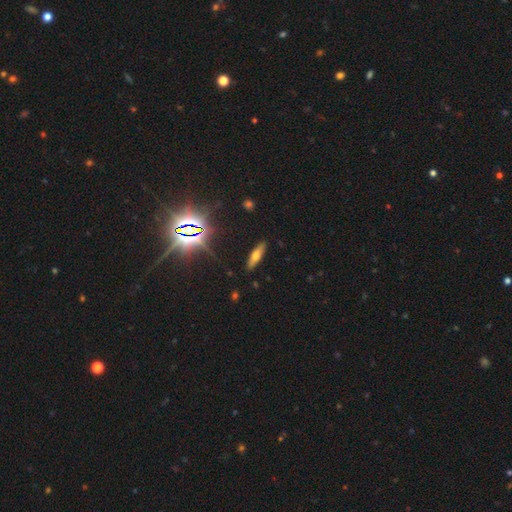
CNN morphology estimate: Q: Smooth or featured?
A: smooth (52%); runner-up: featured or disk (31%)
Q: How rounded?
A: cigar-shaped (60%); runner-up: in between (37%)
Q: Merging?
A: none (88%); runner-up: minor disturbance (9%)